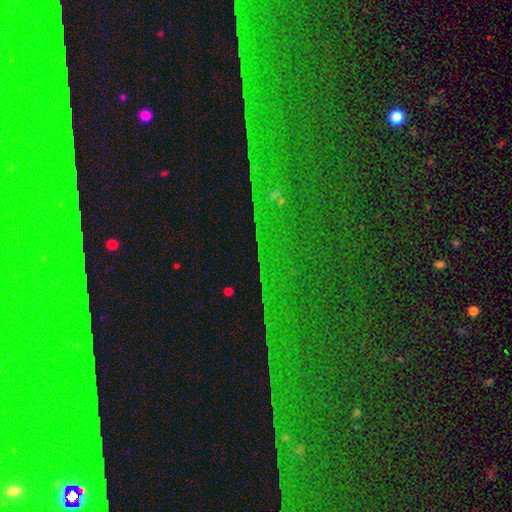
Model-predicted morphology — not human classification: A star or artifact, not a galaxy (83%).